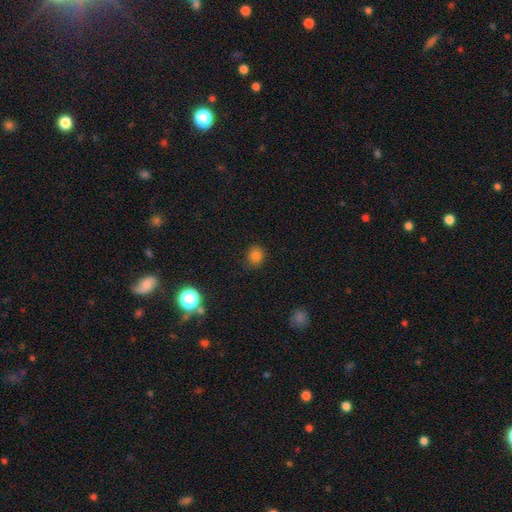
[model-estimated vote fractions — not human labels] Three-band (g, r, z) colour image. It shows a smooth galaxy with no disk features (80%) that is round (77%). Merging: none (84%).